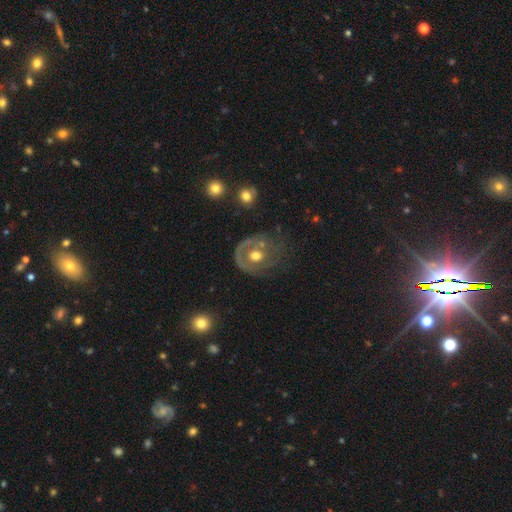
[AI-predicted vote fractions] This is likely a featured or disk galaxy (65%). It is clearly not viewed edge-on (97%). Bar: clearly no (84%). Spiral arm pattern: possibly yes (54%). Central bulge: likely moderate (70%). Merging: possibly none (46%).